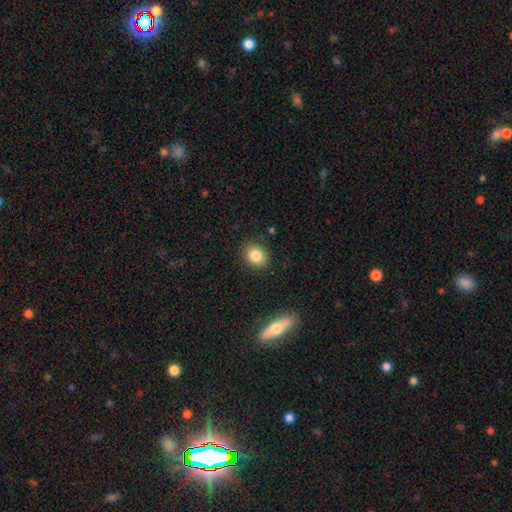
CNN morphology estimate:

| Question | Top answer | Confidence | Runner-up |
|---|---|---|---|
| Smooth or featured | smooth | 84% | star or artifact (9%) |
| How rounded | round | 66% | in between (33%) |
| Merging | none | 88% | minor disturbance (8%) |